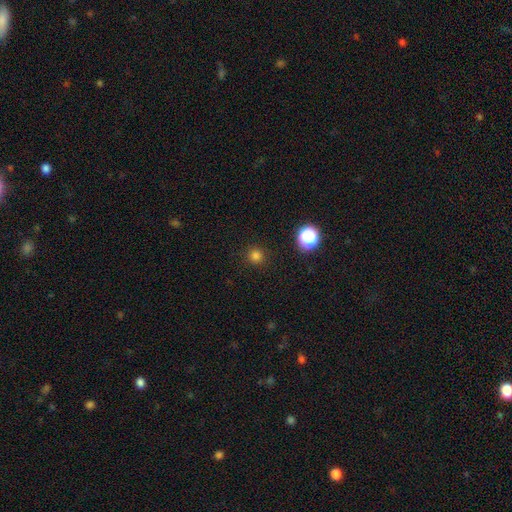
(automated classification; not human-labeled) smooth_or_featured: smooth (p=0.79) [alt: star or artifact p=0.17]
how_rounded: round (p=0.95) [alt: in between p=0.04]
merging: none (p=0.91) [alt: minor disturbance p=0.06]